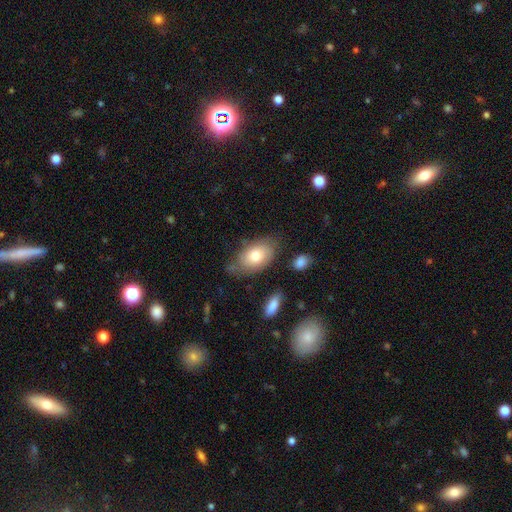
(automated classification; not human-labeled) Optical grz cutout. It shows a smooth galaxy with no disk features (71%) that is in between round and cigar-shaped (89%). Merging: none (66%).